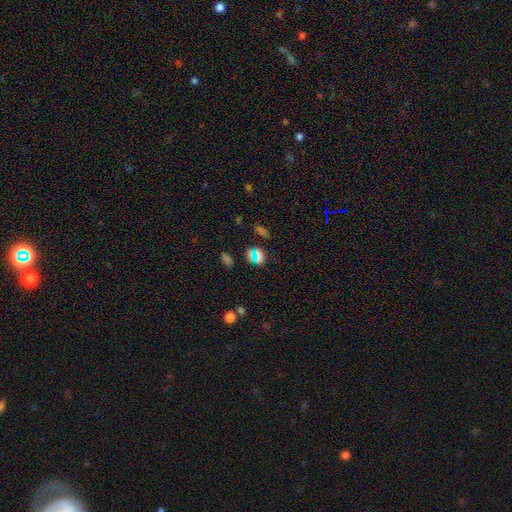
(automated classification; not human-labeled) This appears to be a smooth galaxy with no disk features (48%). Merging: none (67%).